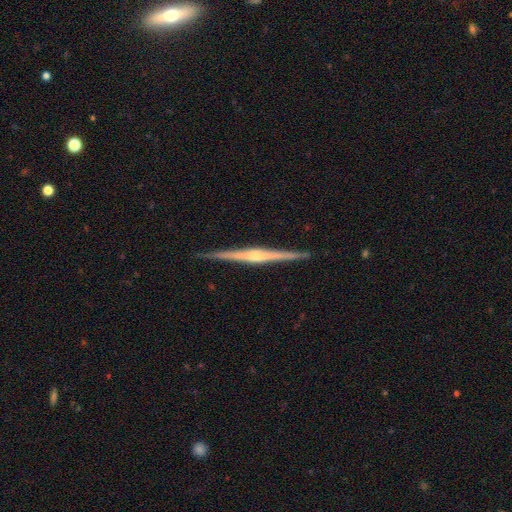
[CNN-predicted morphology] The model was most divided on "edge-on bulge": rounded: 72%, none: 15%, boxy: 13%. More confident: edge-on disk — yes (99%); merging — none (91%); smooth or featured — featured or disk (84%).